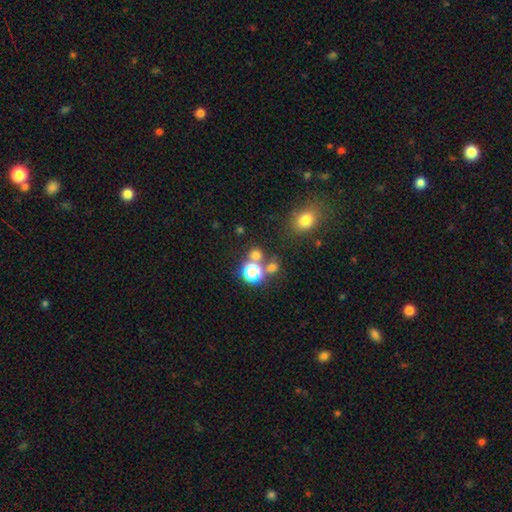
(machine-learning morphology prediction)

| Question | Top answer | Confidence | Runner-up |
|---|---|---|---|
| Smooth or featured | smooth | 63% | star or artifact (29%) |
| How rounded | round | 84% | in between (15%) |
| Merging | none | 62% | merger (25%) |